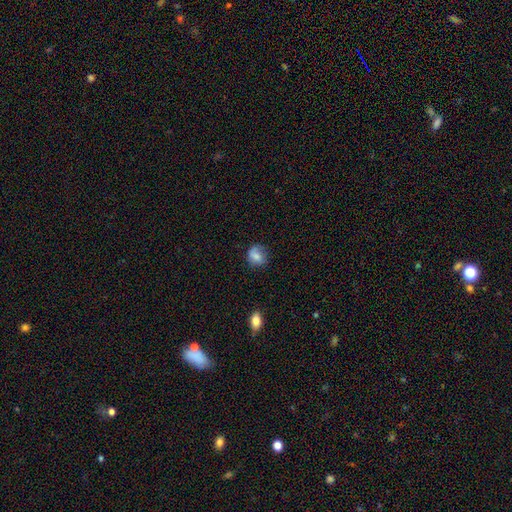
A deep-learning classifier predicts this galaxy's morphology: A smooth galaxy with no disk features (74%) that is round (61%). Merging: none (59%).